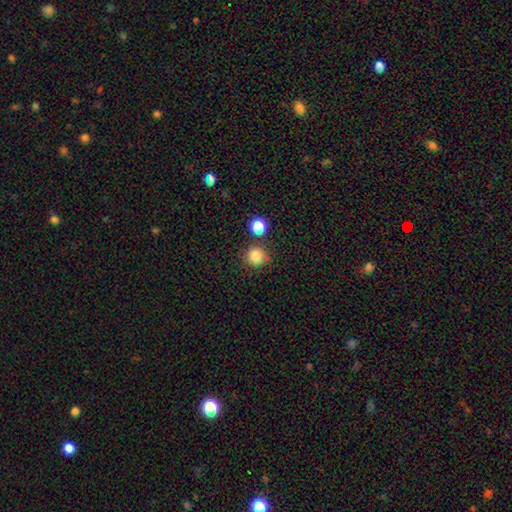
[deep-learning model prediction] A smooth galaxy with no disk features (85%) that is round (93%). Merging: none (77%).